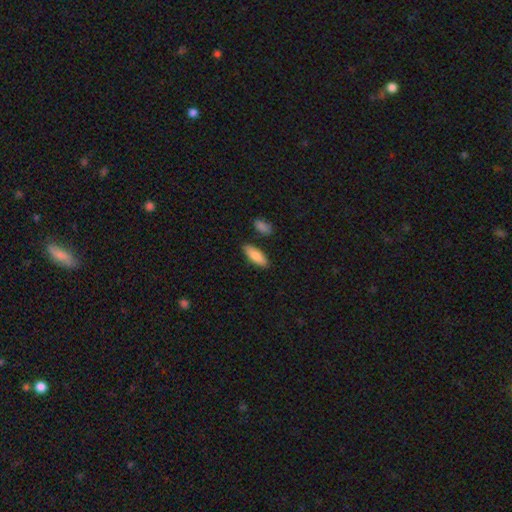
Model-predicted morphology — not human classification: A smooth galaxy with no disk features (85%) that is in between round and cigar-shaped (71%). Merging: none (83%).